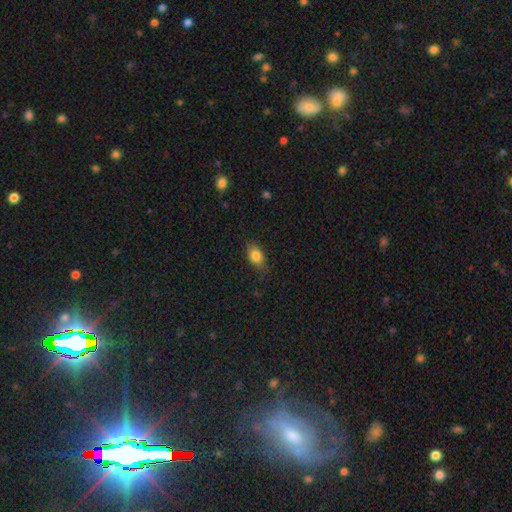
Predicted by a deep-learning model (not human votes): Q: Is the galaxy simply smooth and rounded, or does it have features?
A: smooth — 83%.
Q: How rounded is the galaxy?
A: in between — 81%.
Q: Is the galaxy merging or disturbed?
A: none — 79%.